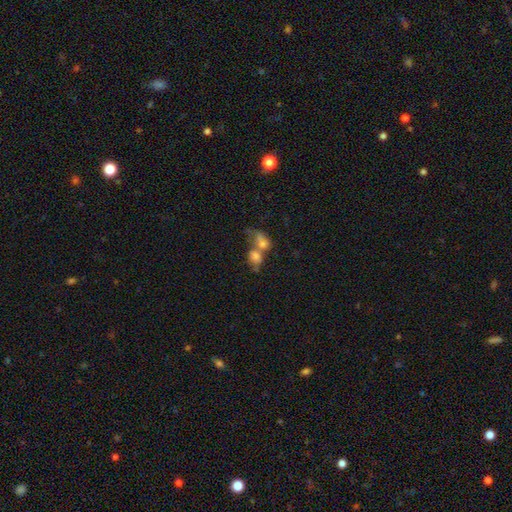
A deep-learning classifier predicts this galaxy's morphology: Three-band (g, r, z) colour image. It shows a smooth galaxy with no disk features (61%) that is in between round and cigar-shaped (56%). Merging: merger (67%).